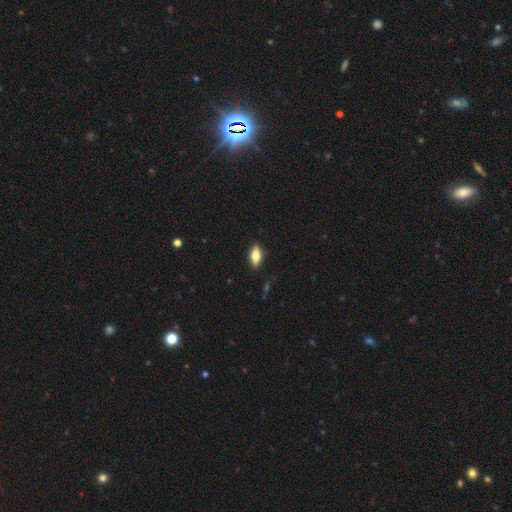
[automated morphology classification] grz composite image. It shows a smooth galaxy with no disk features (73%) that is in between round and cigar-shaped (83%). Merging: none (87%).